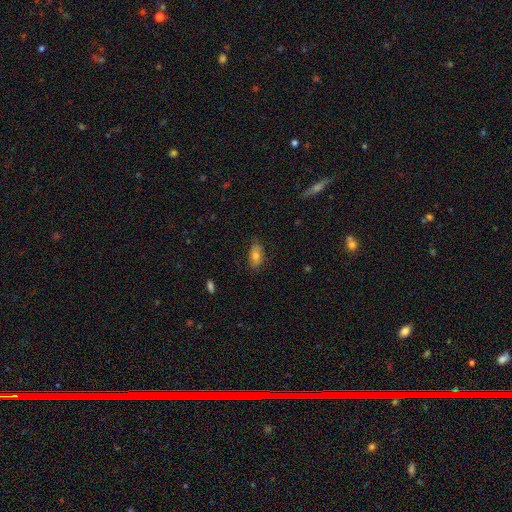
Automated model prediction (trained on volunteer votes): A smooth galaxy with no disk features (68%) that is in between round and cigar-shaped (87%).

Vote fractions:
- Smooth or featured? smooth: 68% / featured or disk: 23% / star or artifact: 9%
- How rounded? in between: 87% / cigar-shaped: 7% / round: 6%
- Merging? none: 79% / minor disturbance: 17% / major disturbance: 3% / merger: 1%